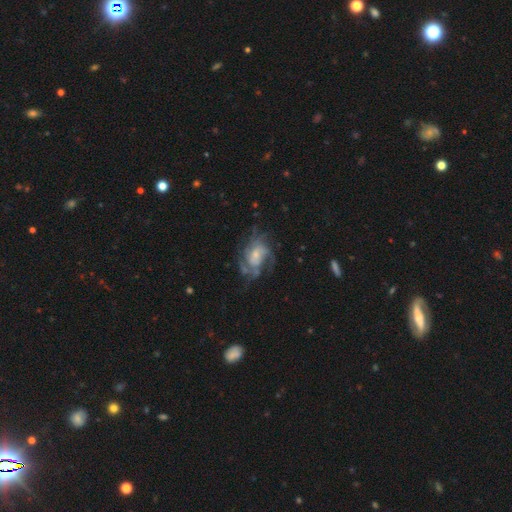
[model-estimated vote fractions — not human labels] Smooth or featured? featured or disk (76%)
Edge-on disk? no (97%)
Bar? no (69%)
Spiral arms? yes (84%)
Spiral winding? medium (43%)
Spiral arm count? can't tell (38%)
Bulge size? moderate (41%)
Merging? none (55%)